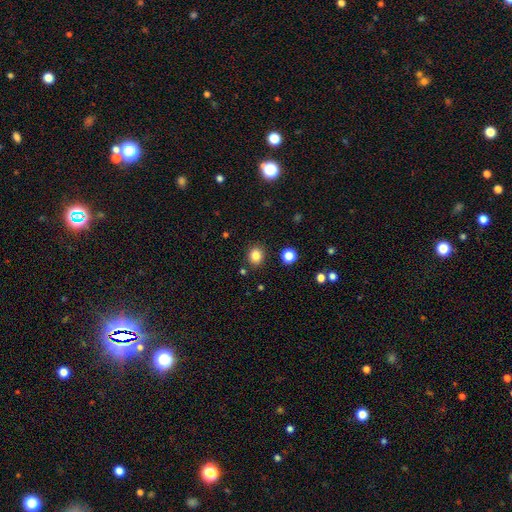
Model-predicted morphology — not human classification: A smooth galaxy with no disk features (83%) that is round (78%).

Vote fractions:
- Smooth or featured? smooth: 83% / star or artifact: 12% / featured or disk: 5%
- How rounded? round: 78% / in between: 22% / cigar-shaped: 1%
- Merging? none: 88% / minor disturbance: 7% / merger: 3% / major disturbance: 2%